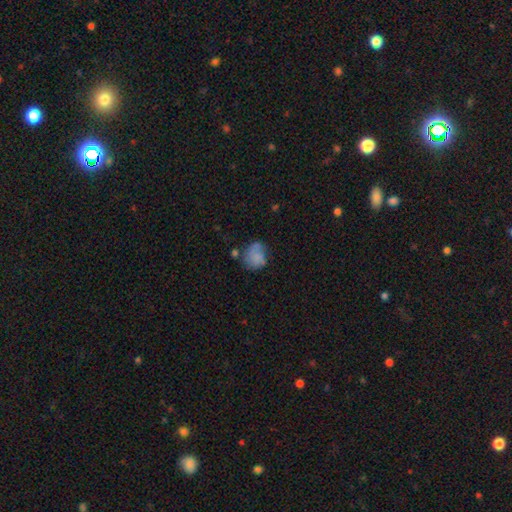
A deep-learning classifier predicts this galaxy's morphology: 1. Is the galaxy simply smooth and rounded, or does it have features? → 68% smooth, 22% featured or disk, 10% star or artifact.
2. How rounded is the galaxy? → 62% round, 37% in between, 1% cigar-shaped.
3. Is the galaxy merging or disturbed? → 43% none, 30% minor disturbance, 17% major disturbance, 9% merger.